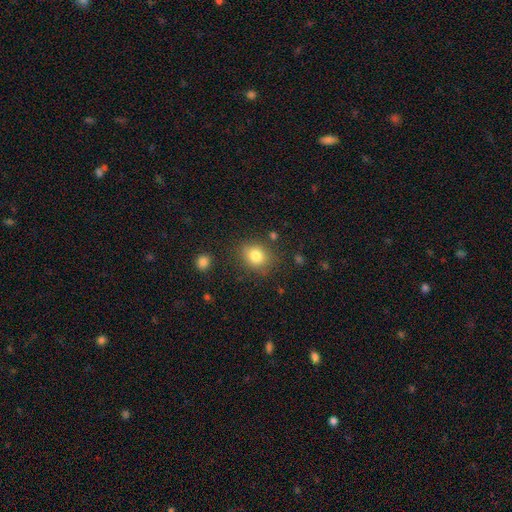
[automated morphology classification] smooth_or_featured: smooth (p=0.81) [alt: star or artifact p=0.11]
how_rounded: round (p=0.60) [alt: in between p=0.39]
merging: none (p=0.80) [alt: minor disturbance p=0.13]